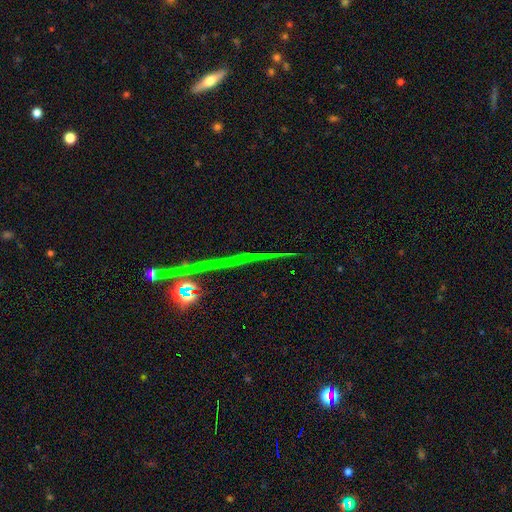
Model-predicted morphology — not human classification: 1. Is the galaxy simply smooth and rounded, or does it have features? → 57% star or artifact, 29% featured or disk, 14% smooth.